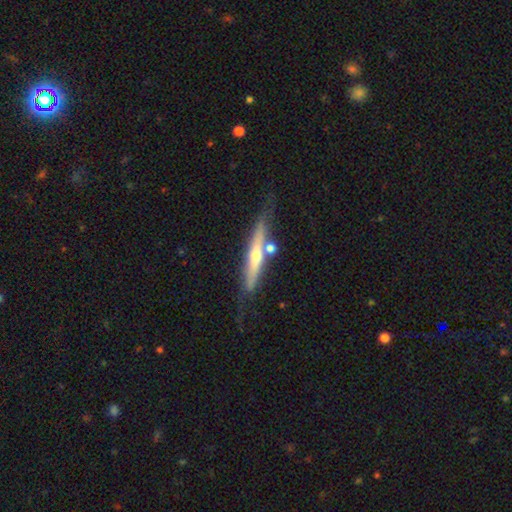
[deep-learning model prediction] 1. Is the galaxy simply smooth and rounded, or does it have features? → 63% featured or disk, 31% smooth, 6% star or artifact.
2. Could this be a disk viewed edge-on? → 91% yes, 9% no.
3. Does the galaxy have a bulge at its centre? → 81% rounded, 15% none, 4% boxy.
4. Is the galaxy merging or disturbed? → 64% none, 17% minor disturbance, 13% merger, 5% major disturbance.